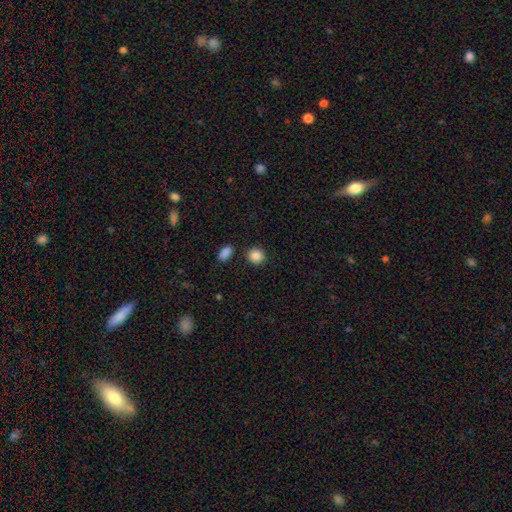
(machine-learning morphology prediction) Smooth or featured? Predicted: smooth (p=0.87). How rounded? Predicted: round (p=0.88). Merging? Predicted: none (p=0.87).